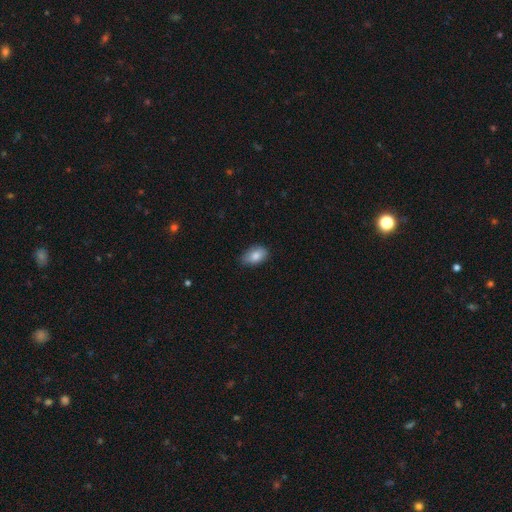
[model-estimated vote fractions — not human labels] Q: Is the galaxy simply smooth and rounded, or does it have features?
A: smooth — 83%.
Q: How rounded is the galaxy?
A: in between — 90%.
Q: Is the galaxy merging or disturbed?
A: none — 68%.